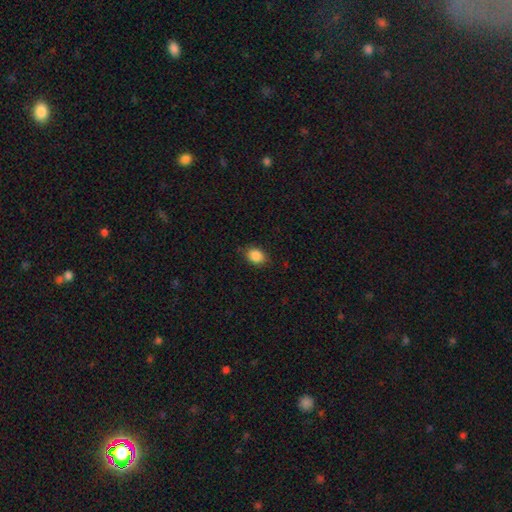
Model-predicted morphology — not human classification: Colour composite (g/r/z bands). It shows a smooth galaxy with no disk features (87%) that is in between round and cigar-shaped (65%). Merging: none (82%).